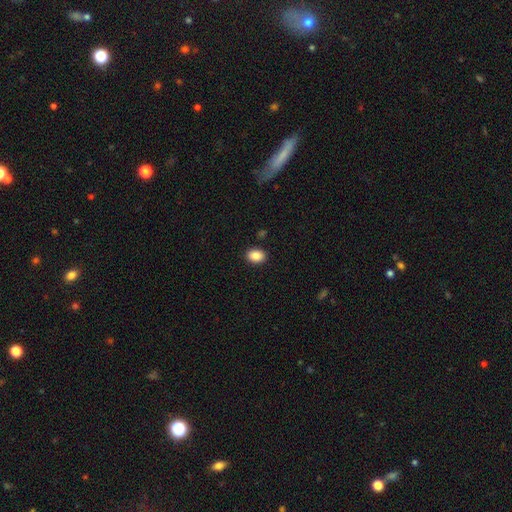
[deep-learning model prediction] Q: Smooth or featured?
A: smooth (87%); runner-up: star or artifact (8%)
Q: How rounded?
A: in between (72%); runner-up: round (27%)
Q: Merging?
A: none (90%); runner-up: minor disturbance (7%)